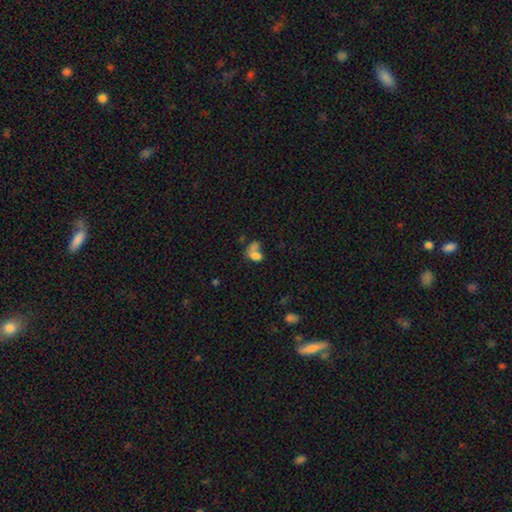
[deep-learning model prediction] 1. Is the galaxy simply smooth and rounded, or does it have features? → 70% smooth, 17% featured or disk, 13% star or artifact.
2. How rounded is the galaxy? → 77% in between, 21% round, 2% cigar-shaped.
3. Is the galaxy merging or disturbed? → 53% merger, 21% none, 15% major disturbance, 11% minor disturbance.